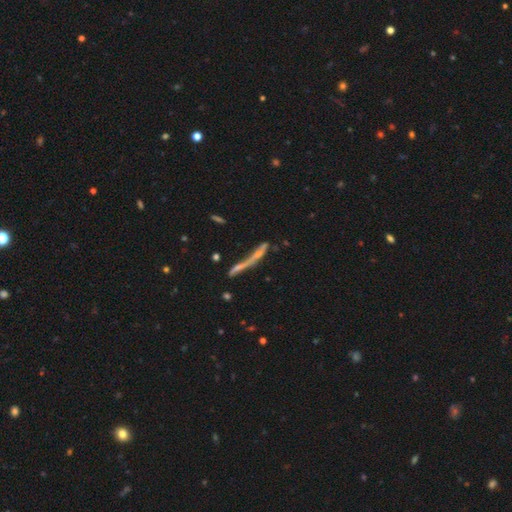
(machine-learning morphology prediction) A featured or disk galaxy (52%) viewed edge-on (72%). Merging: none (41%).